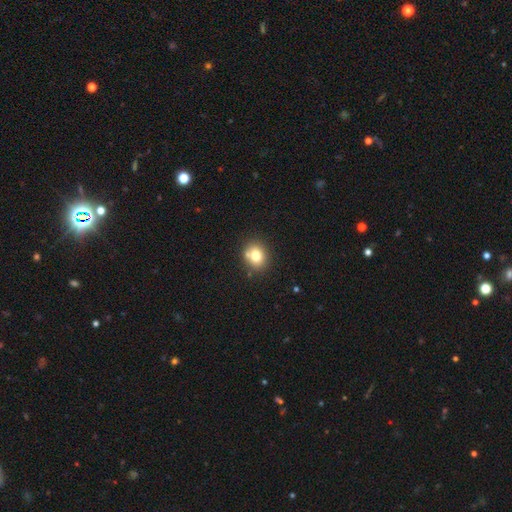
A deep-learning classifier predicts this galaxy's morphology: Smooth or featured? Predicted: smooth (p=0.76). How rounded? Predicted: round (p=0.72). Merging? Predicted: none (p=0.74).